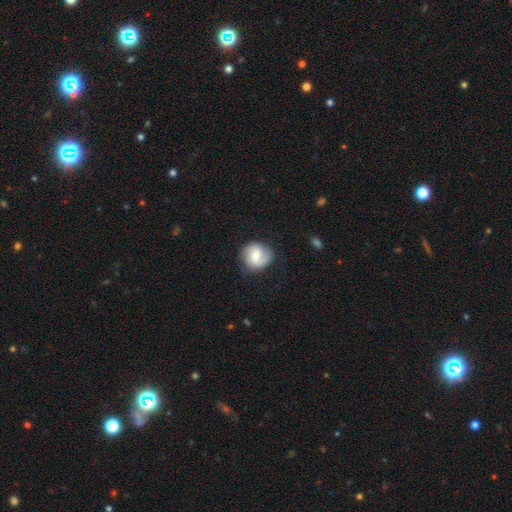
This appears to be a featured or disk galaxy (67%) with a weak bar (54%), 2 (67%) medium (54%) spiral arms (92%) and a moderate central bulge (65%). Merging: none (53%).